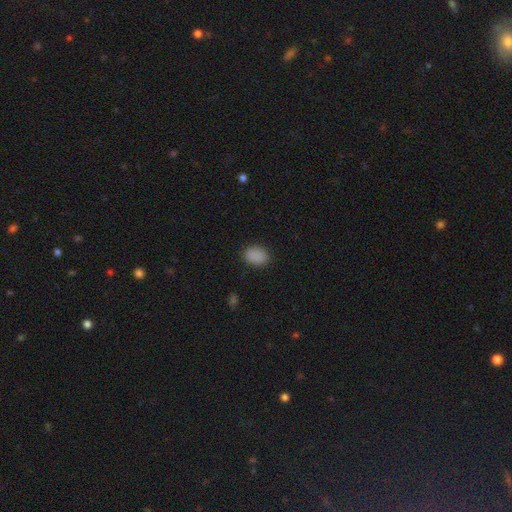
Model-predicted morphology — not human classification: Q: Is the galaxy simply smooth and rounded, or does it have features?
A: smooth — 87%.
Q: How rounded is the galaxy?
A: in between — 75%.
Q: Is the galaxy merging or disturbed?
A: none — 86%.